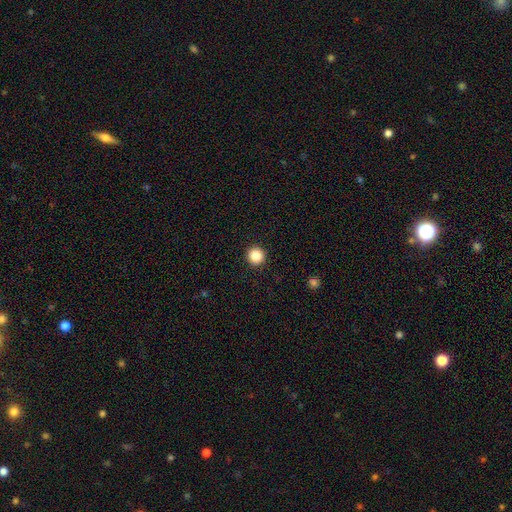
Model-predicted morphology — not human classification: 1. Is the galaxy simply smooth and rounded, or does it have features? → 87% smooth, 10% star or artifact, 4% featured or disk.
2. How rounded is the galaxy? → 95% round, 4% in between, 1% cigar-shaped.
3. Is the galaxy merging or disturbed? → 94% none, 4% minor disturbance, 1% major disturbance, 1% merger.